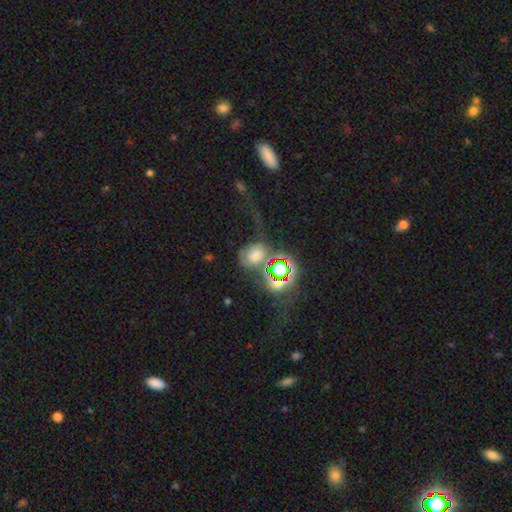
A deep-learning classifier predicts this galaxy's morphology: The model was most divided on "merging": major disturbance: 36%, none: 28%, merger: 20%, minor disturbance: 16%. Remaining: smooth or featured — smooth (40%).